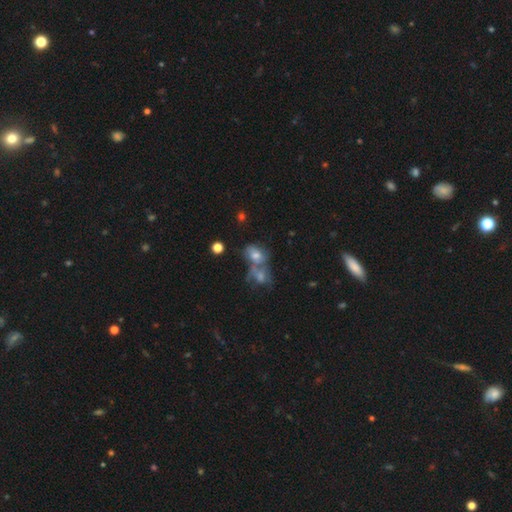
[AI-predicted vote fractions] This appears to be a smooth galaxy with no disk features (53%) that is in between round and cigar-shaped (65%). Merging: merger (50%).